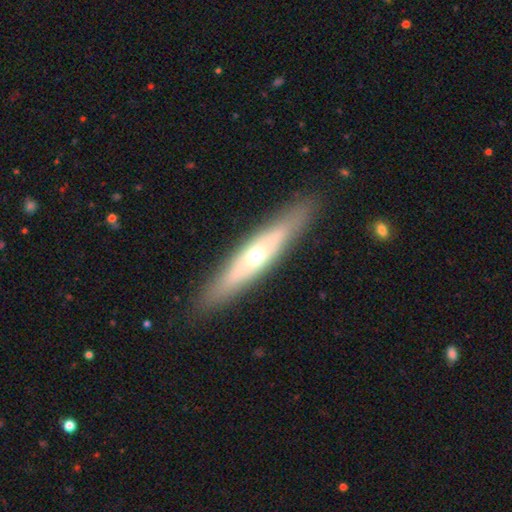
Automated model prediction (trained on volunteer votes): Smooth or featured? featured or disk (61%)
Edge-on disk? yes (70%)
Merging? none (87%)